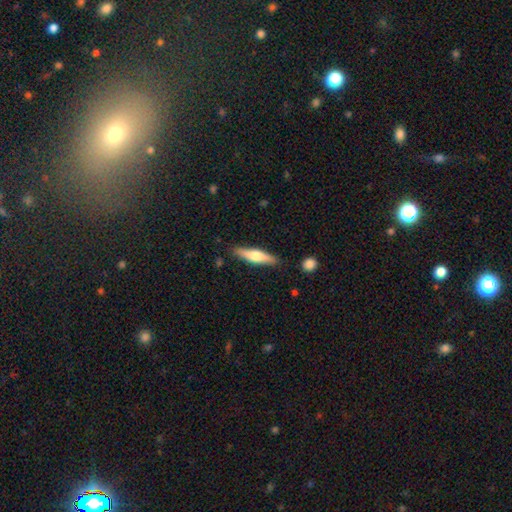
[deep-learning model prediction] Smooth or featured: smooth — 50% (featured or disk — 44%)
How rounded: cigar-shaped — 72% (in between — 26%)
Merging: none — 86% (minor disturbance — 10%)